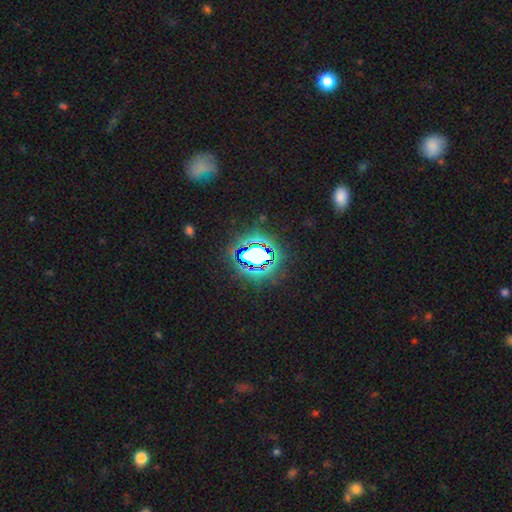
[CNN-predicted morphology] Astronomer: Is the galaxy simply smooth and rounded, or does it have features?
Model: star or artifact — 67%.